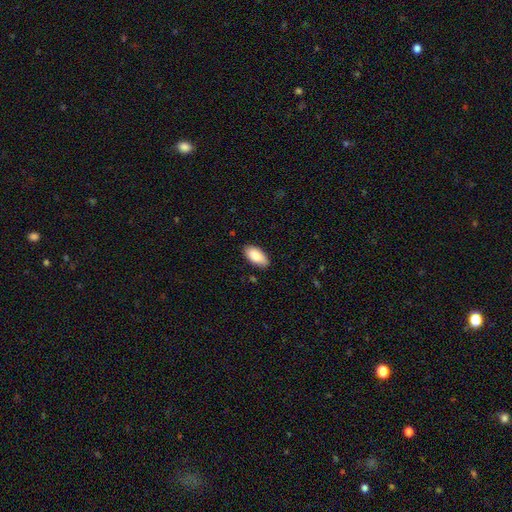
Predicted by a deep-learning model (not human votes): smooth-or-featured: smooth: 87% | featured or disk: 7% | star or artifact: 6%
  how-rounded: in between: 93% | cigar-shaped: 5% | round: 2%
  merging: none: 86% | minor disturbance: 11% | major disturbance: 2% | merger: 1%